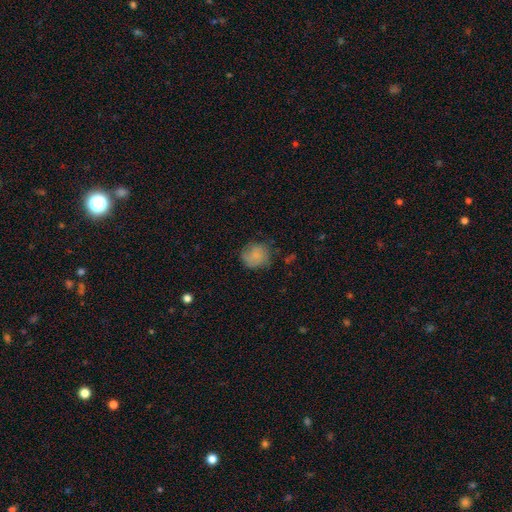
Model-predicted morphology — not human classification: Smooth or featured: smooth — 73% (featured or disk — 18%)
How rounded: round — 80% (in between — 19%)
Merging: none — 69% (minor disturbance — 22%)